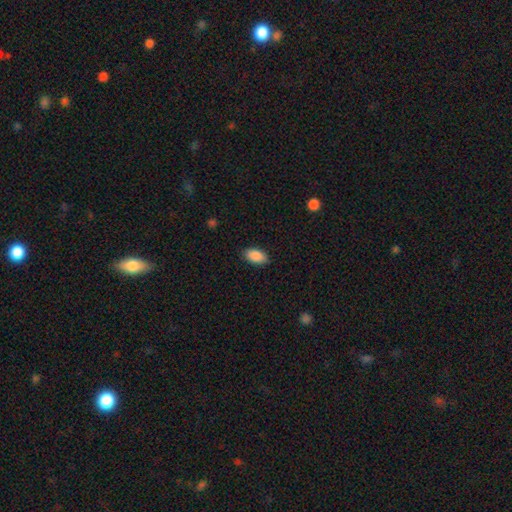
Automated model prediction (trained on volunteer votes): Morphology: type=smooth (90%); roundness=in between (94%); merging=none (86%).